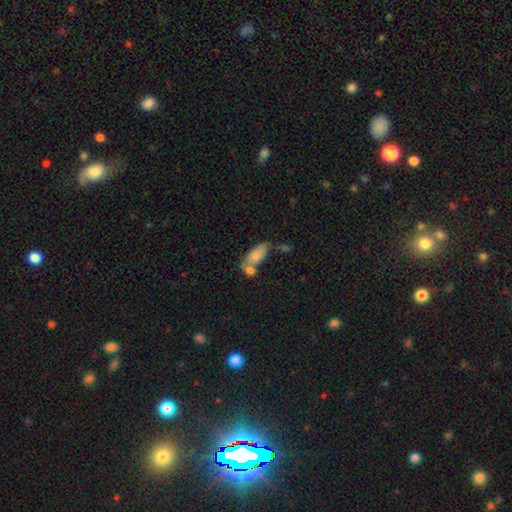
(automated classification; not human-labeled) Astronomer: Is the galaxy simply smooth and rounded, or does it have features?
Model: smooth — 76%.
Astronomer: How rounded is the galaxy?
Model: in between — 84%.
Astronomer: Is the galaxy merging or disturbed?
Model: merger — 43% (runner-up: none, 34%).